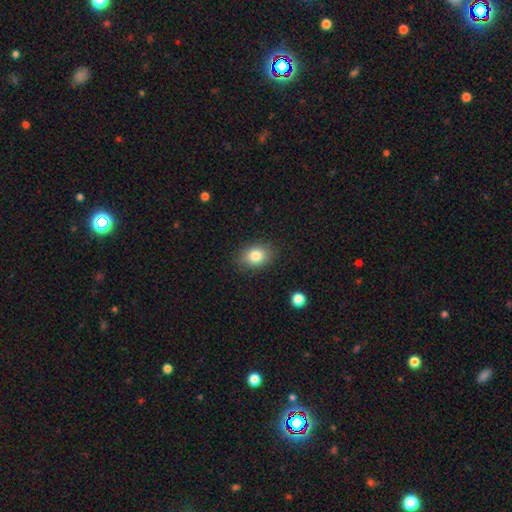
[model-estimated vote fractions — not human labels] Morphology: type=smooth (82%); roundness=in between (66%); merging=none (86%).